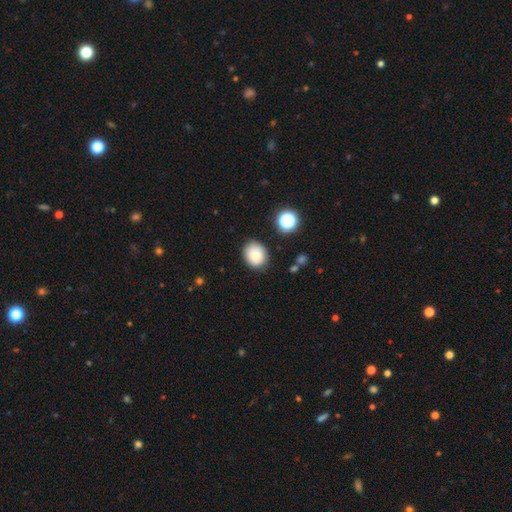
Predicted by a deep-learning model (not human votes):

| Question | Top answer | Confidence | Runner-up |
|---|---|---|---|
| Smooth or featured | smooth | 80% | featured or disk (10%) |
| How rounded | round | 60% | in between (39%) |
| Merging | none | 81% | minor disturbance (14%) |